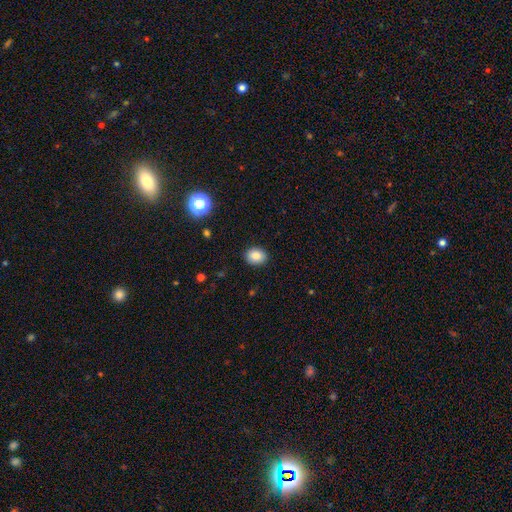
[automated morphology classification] smooth-or-featured: smooth: 84% | star or artifact: 10% | featured or disk: 7%
  how-rounded: in between: 55% | round: 44% | cigar-shaped: 1%
  merging: none: 90% | minor disturbance: 7% | major disturbance: 2% | merger: 1%